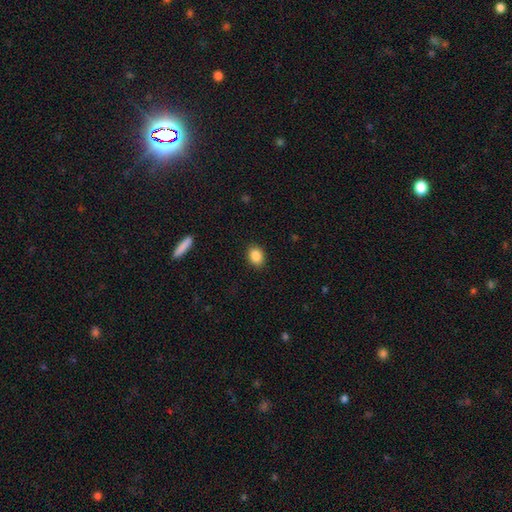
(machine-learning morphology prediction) Overall: smooth (88%). How rounded: in between (63%; round 36%). Merging: none (90%).